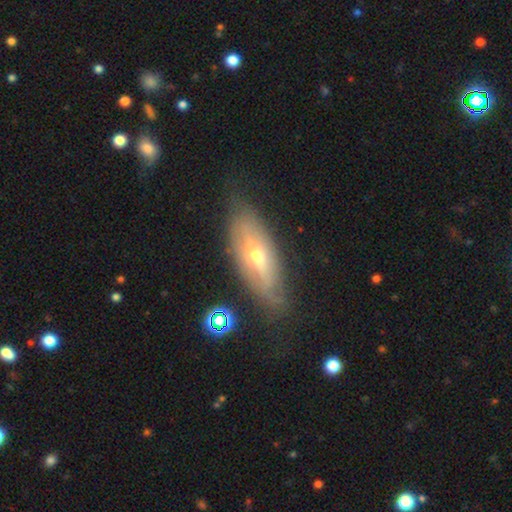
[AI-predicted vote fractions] A featured or disk galaxy (62%).

Vote fractions:
- Smooth or featured? featured or disk: 62% / smooth: 30% / star or artifact: 8%
- Edge-on disk? no: 55% / yes: 45%
- Merging? none: 73% / minor disturbance: 19% / major disturbance: 6% / merger: 2%